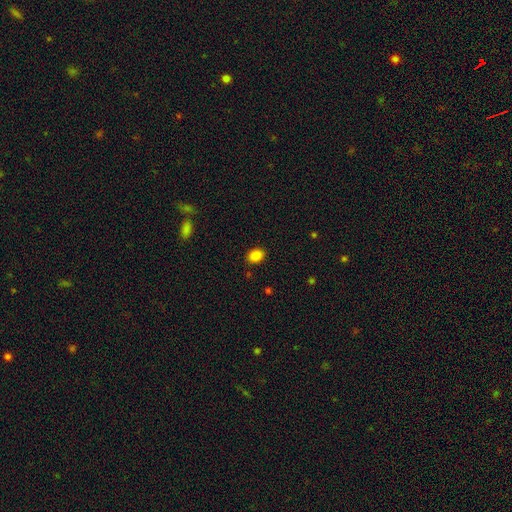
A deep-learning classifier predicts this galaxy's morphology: A smooth galaxy with no disk features (86%) that is in between round and cigar-shaped (65%).

Vote fractions:
- Smooth or featured? smooth: 86% / star or artifact: 10% / featured or disk: 4%
- How rounded? in between: 65% / round: 34% / cigar-shaped: 1%
- Merging? none: 88% / minor disturbance: 9% / major disturbance: 2% / merger: 1%